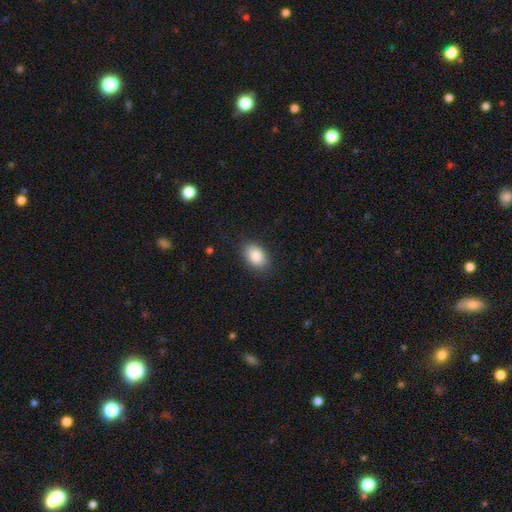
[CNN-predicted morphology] Smooth or featured?
  - smooth: 86% *
  - star or artifact: 8%
  - featured or disk: 6%
How rounded?
  - in between: 82% *
  - round: 17%
  - cigar-shaped: 1%
Merging?
  - none: 86% *
  - minor disturbance: 10%
  - major disturbance: 3%
  - merger: 1%